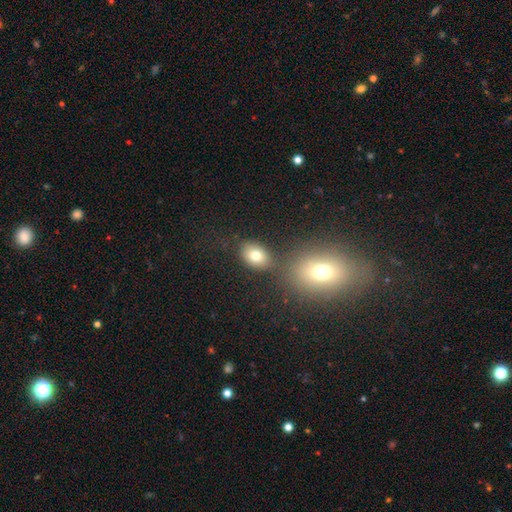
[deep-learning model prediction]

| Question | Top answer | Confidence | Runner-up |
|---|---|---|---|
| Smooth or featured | smooth | 76% | featured or disk (12%) |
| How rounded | in between | 70% | round (29%) |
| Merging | none | 71% | merger (13%) |